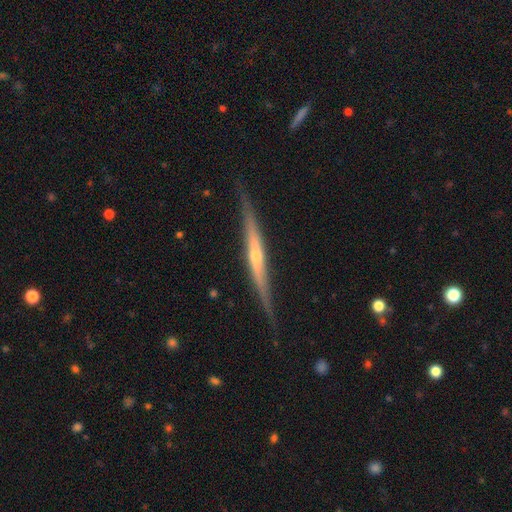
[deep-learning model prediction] The model was most divided on "edge-on bulge": rounded: 74%, none: 21%, boxy: 5%. More confident: edge-on disk — yes (97%); merging — none (82%); smooth or featured — featured or disk (81%).